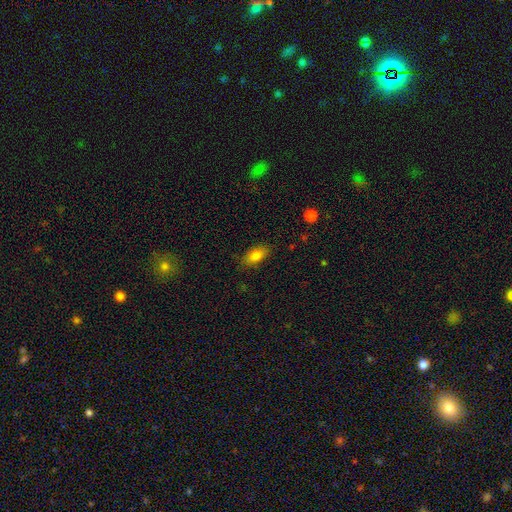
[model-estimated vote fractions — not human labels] This appears to be a smooth galaxy with no disk features (81%) that is in between round and cigar-shaped (87%). Merging: none (84%).